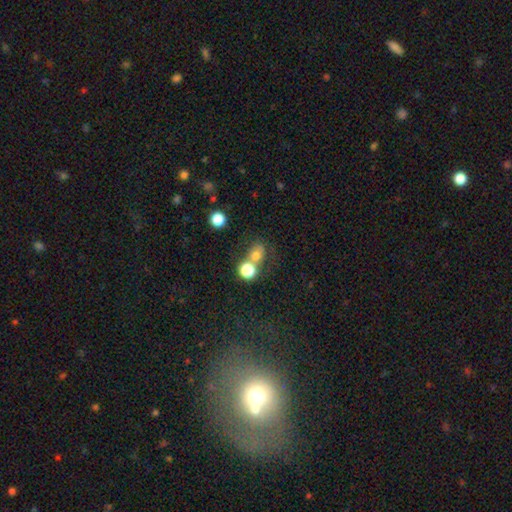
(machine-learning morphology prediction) smooth-or-featured: smooth: 69% | star or artifact: 19% | featured or disk: 12%
  how-rounded: round: 68% | in between: 31% | cigar-shaped: 1%
  merging: none: 48% | merger: 34% | minor disturbance: 11% | major disturbance: 7%